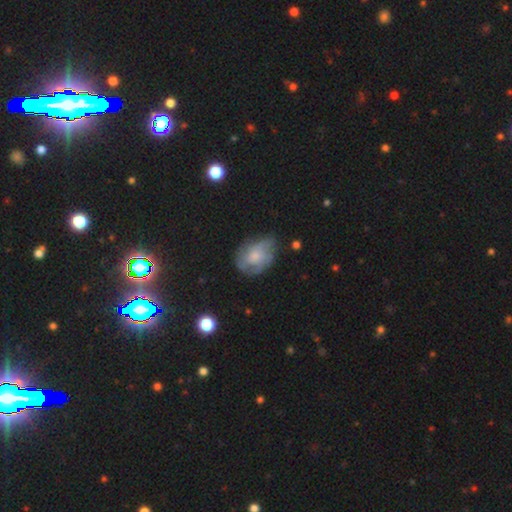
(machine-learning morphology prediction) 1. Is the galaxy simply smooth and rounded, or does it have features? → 55% featured or disk, 37% smooth, 8% star or artifact.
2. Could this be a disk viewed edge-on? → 97% no, 3% yes.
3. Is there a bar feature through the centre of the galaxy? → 77% no, 20% weak, 3% strong.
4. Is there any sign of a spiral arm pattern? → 75% yes, 25% no.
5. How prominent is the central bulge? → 39% small, 37% moderate, 14% none, 8% large, 2% dominant.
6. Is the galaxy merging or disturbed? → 57% none, 28% minor disturbance, 14% major disturbance, 2% merger.